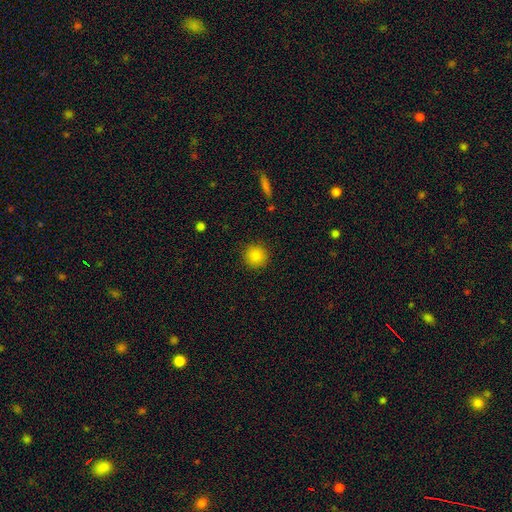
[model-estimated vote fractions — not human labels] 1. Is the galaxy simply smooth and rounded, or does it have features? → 84% smooth, 10% star or artifact, 6% featured or disk.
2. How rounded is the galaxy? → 94% round, 5% in between, 1% cigar-shaped.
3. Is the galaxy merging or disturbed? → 91% none, 6% minor disturbance, 2% major disturbance, 1% merger.